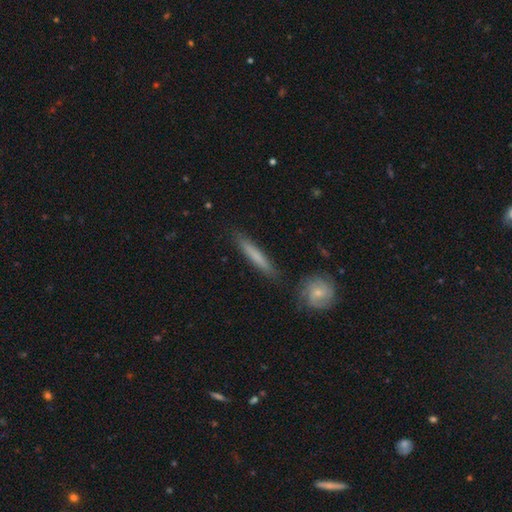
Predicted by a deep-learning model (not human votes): Smooth or featured: smooth — 64% (featured or disk — 30%)
How rounded: cigar-shaped — 93% (in between — 5%)
Merging: none — 85% (minor disturbance — 10%)